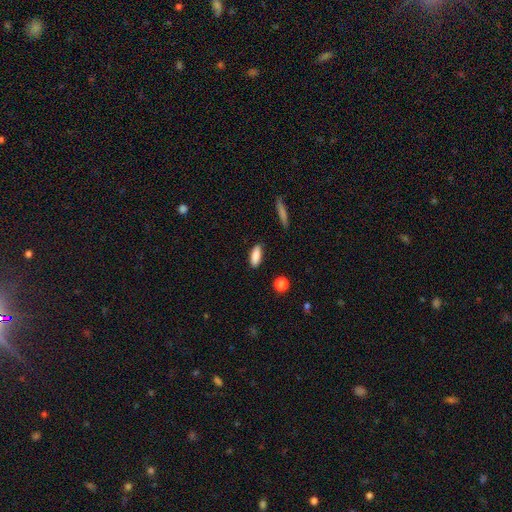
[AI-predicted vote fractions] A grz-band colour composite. It shows a smooth galaxy with no disk features (86%) that is in between round and cigar-shaped (70%). Merging: none (87%).